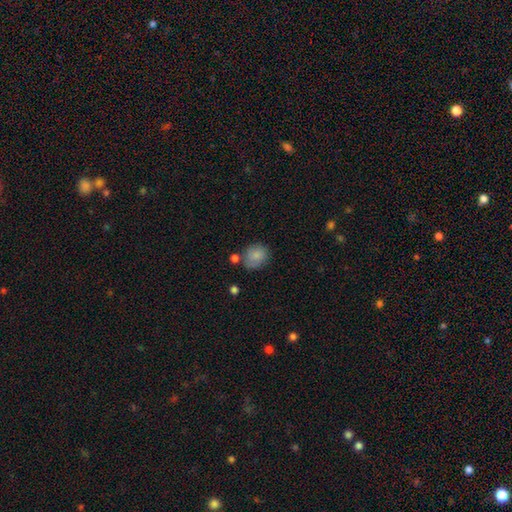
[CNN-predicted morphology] Smooth or featured? smooth (83%)
How rounded? round (63%)
Merging? none (62%)